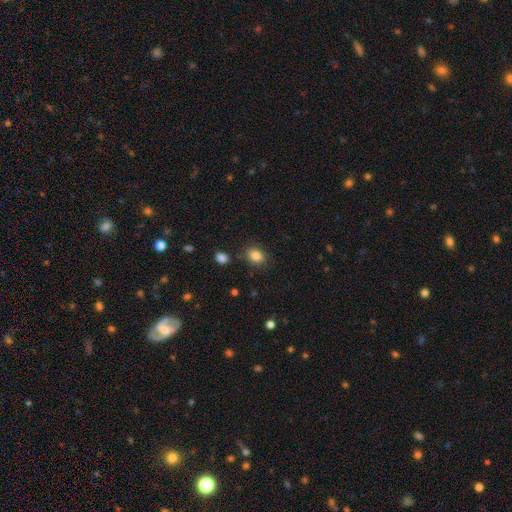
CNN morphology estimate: Smooth or featured? Predicted: smooth (p=0.85). How rounded? Predicted: in between (p=0.65). Merging? Predicted: none (p=0.82).